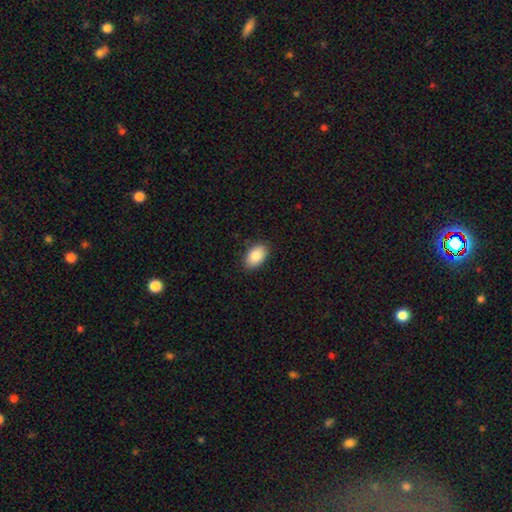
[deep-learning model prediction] The model was most divided on "merging": none: 87%, minor disturbance: 10%, major disturbance: 2%, merger: 1%. More confident: how rounded — in between (91%); smooth or featured — smooth (86%).